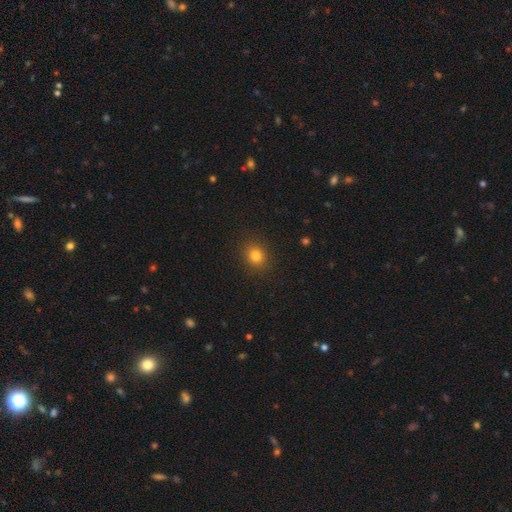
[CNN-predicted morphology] Overall: smooth (82%). How rounded: round (73%). Merging: none (89%).